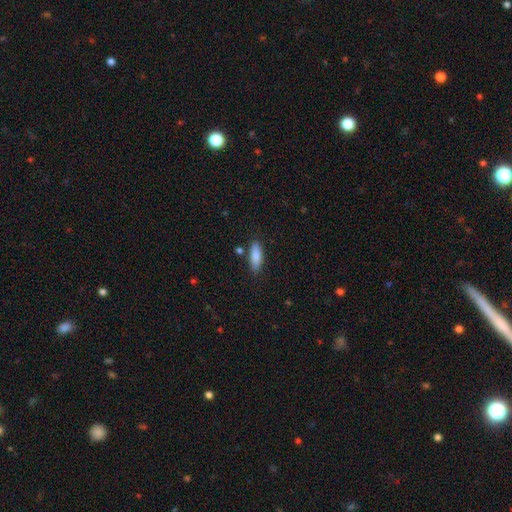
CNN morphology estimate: type=smooth (86%); roundness=in between (61%); merging=none (80%).